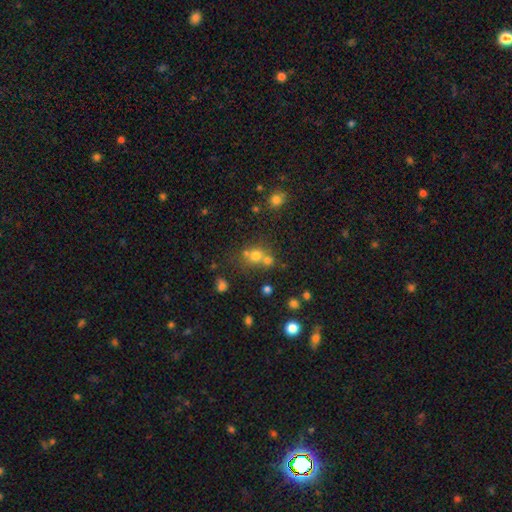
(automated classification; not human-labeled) Morphology: type=smooth (66%); roundness=round (80%); merging=none (44%).